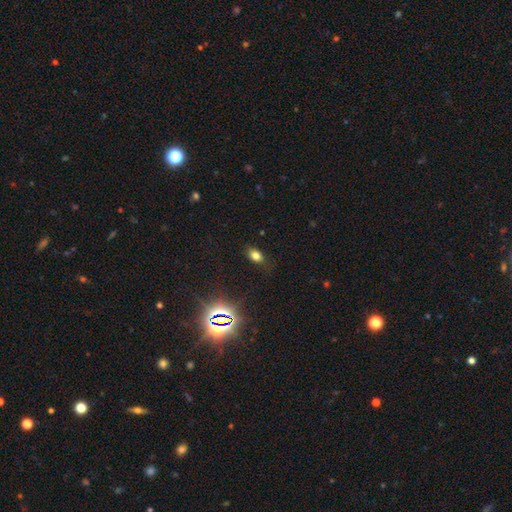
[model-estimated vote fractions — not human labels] Smooth or featured?
  - smooth: 72% *
  - star or artifact: 20%
  - featured or disk: 8%
How rounded?
  - in between: 81% *
  - round: 16%
  - cigar-shaped: 2%
Merging?
  - none: 82% *
  - minor disturbance: 13%
  - major disturbance: 4%
  - merger: 1%